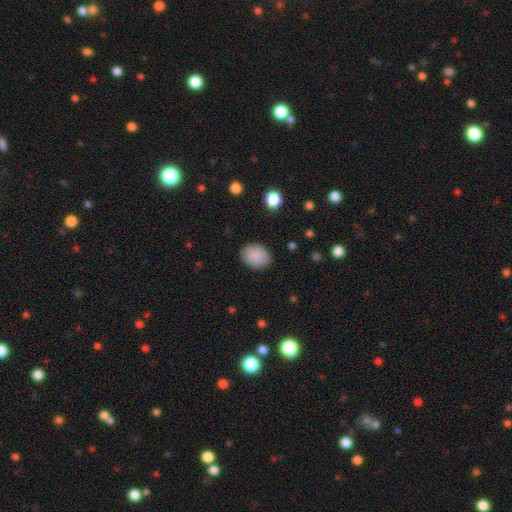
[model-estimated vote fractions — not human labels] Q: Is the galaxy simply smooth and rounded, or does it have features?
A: smooth — 88%.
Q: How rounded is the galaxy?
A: in between — 56%.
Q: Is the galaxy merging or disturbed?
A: none — 88%.